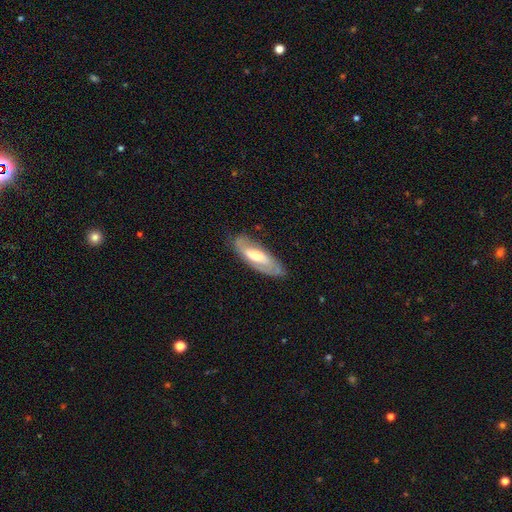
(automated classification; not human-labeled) This is likely a featured or disk galaxy (64%). It is likely not viewed edge-on (78%). Bar: marginally weak (40%). Spiral arm pattern: likely yes (74%). Central bulge: likely moderate (61%). Merging: likely none (75%).